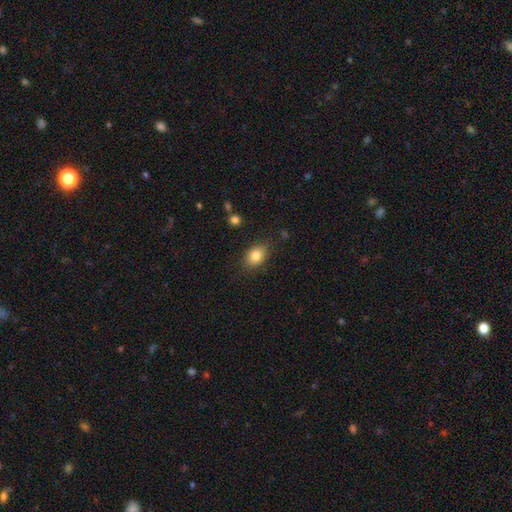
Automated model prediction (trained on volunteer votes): A smooth galaxy with no disk features (83%) that is in between round and cigar-shaped (75%). Merging: none (83%).